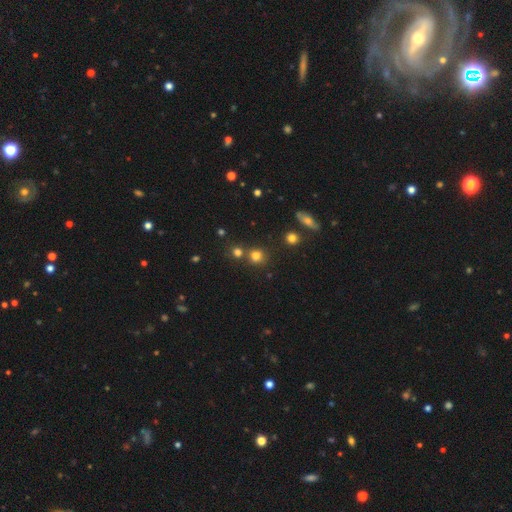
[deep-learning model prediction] Q: Smooth or featured?
A: smooth (74%); runner-up: star or artifact (18%)
Q: How rounded?
A: round (86%); runner-up: in between (13%)
Q: Merging?
A: none (67%); runner-up: merger (21%)